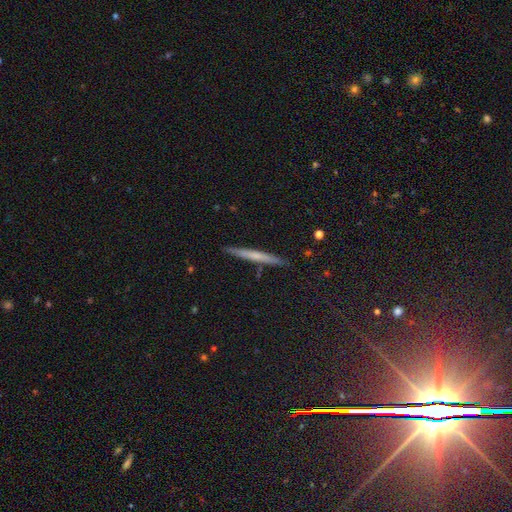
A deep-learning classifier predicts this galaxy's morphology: A smooth galaxy with no disk features (48%).

Vote fractions:
- Smooth or featured? smooth: 48% / featured or disk: 43% / star or artifact: 9%
- Merging? none: 90% / minor disturbance: 7% / merger: 1% / major disturbance: 1%